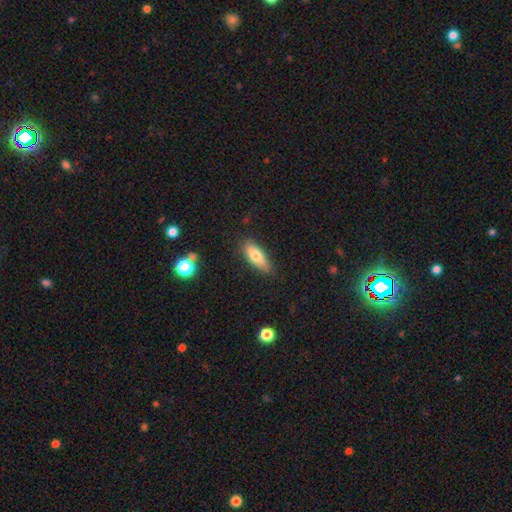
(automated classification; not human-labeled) Smooth or featured? Predicted: smooth (p=0.72). How rounded? Predicted: in between (p=0.63). Merging? Predicted: none (p=0.83).